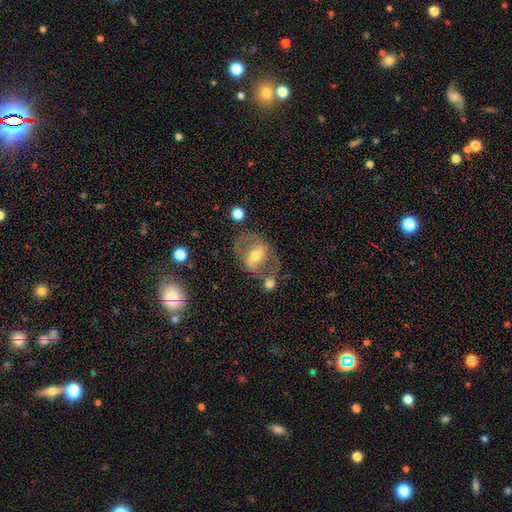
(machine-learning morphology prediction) The model was most divided on "bar": weak: 40%, strong: 36%, no: 25%. More confident: edge-on disk — no (94%); smooth or featured — featured or disk (65%); bulge size — moderate (65%); spiral arms — yes (63%); merging — none (53%).